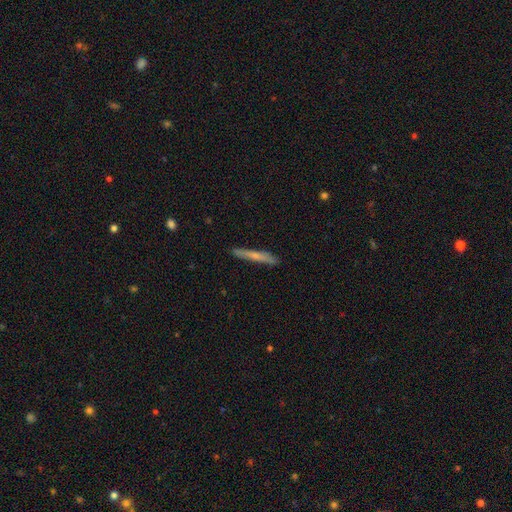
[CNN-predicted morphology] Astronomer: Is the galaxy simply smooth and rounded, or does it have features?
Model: smooth — 59% (runner-up: featured or disk, 35%).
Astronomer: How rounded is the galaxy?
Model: cigar-shaped — 96%.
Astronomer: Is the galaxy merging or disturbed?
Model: none — 87%.